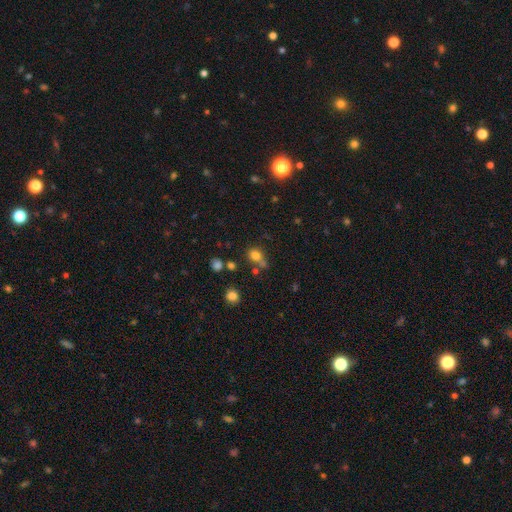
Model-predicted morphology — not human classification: Smooth or featured? Predicted: smooth (p=0.77). How rounded? Predicted: round (p=0.54). Merging? Predicted: none (p=0.53).